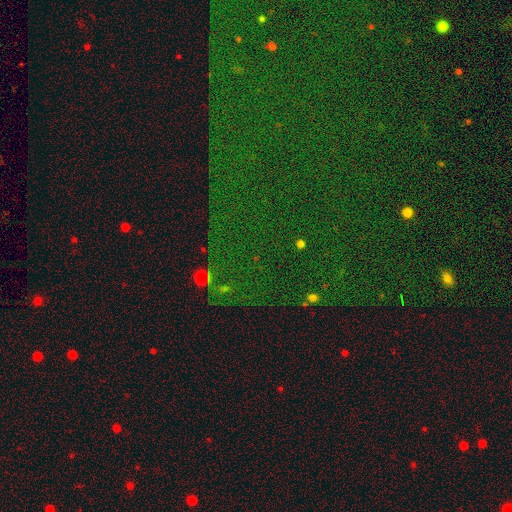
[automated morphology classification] type=star or artifact (82%).